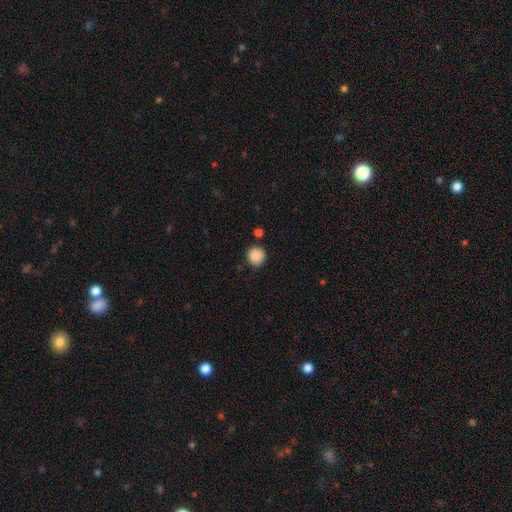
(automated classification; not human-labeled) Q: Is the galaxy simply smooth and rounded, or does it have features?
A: smooth — 89%.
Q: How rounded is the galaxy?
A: round — 93%.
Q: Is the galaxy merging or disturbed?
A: none — 86%.